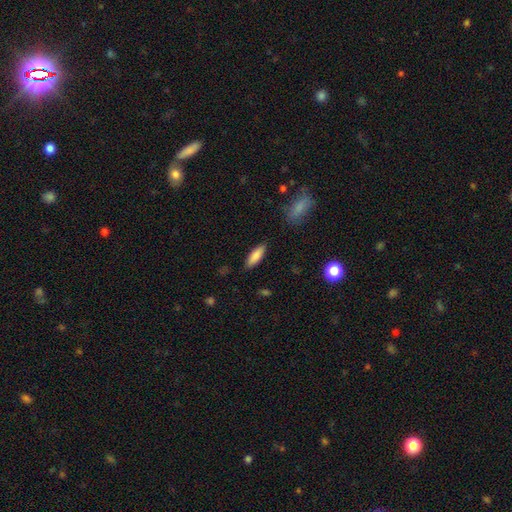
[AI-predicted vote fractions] This appears to be a smooth galaxy with no disk features (85%) that is in between round and cigar-shaped (60%). Merging: none (87%).